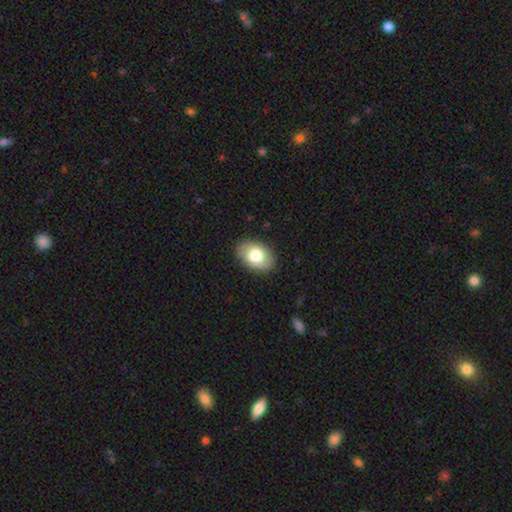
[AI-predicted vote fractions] Smooth or featured?
  - smooth: 77% *
  - featured or disk: 16%
  - star or artifact: 7%
How rounded?
  - in between: 86% *
  - round: 13%
  - cigar-shaped: 1%
Merging?
  - none: 88% *
  - minor disturbance: 9%
  - major disturbance: 2%
  - merger: 1%